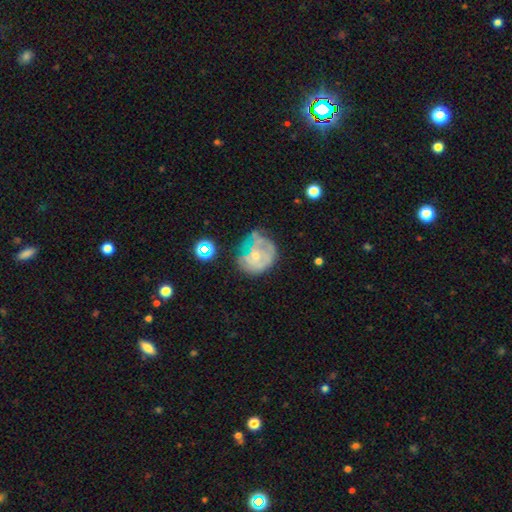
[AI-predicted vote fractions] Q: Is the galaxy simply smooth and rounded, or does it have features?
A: featured or disk — 61%.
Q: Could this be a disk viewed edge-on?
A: no — 98%.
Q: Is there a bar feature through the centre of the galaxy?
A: no — 81%.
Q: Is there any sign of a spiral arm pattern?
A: yes — 51%.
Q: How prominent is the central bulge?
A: small — 62%.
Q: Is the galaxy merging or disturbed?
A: none — 40%.